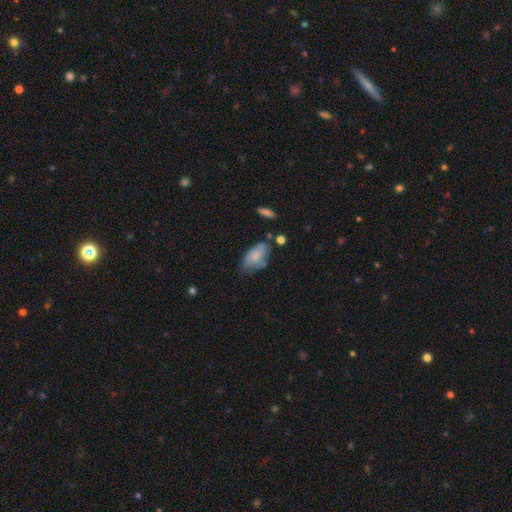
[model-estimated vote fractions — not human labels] smooth_or_featured: smooth (p=0.74) [alt: featured or disk p=0.19]
how_rounded: in between (p=0.92) [alt: cigar-shaped p=0.04]
merging: none (p=0.56) [alt: minor disturbance p=0.29]